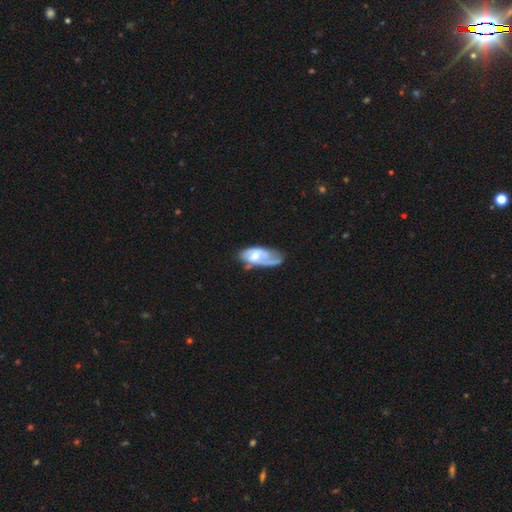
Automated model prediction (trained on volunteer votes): Overall: featured or disk (58%; smooth 36%). Edge-on disk: no (92%). Bar: no (55%; weak 37%). Spiral arms: yes (70%). Bulge size: moderate (50%; small 38%). Merging: none (35%; minor disturbance 32%).